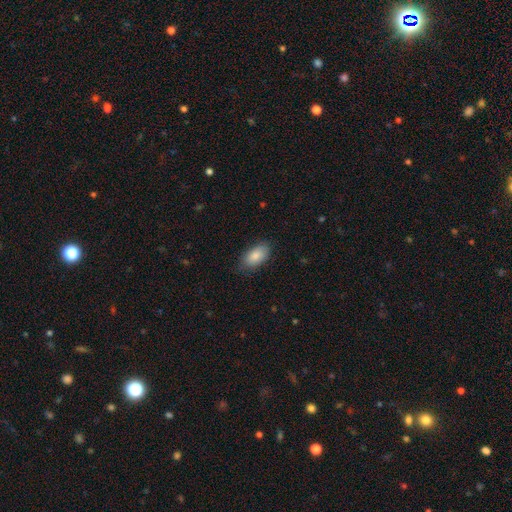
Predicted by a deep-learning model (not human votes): A smooth galaxy with no disk features (86%) that is in between round and cigar-shaped (93%).

Vote fractions:
- Smooth or featured? smooth: 86% / featured or disk: 8% / star or artifact: 6%
- How rounded? in between: 93% / round: 4% / cigar-shaped: 3%
- Merging? none: 78% / minor disturbance: 18% / major disturbance: 4% / merger: 1%